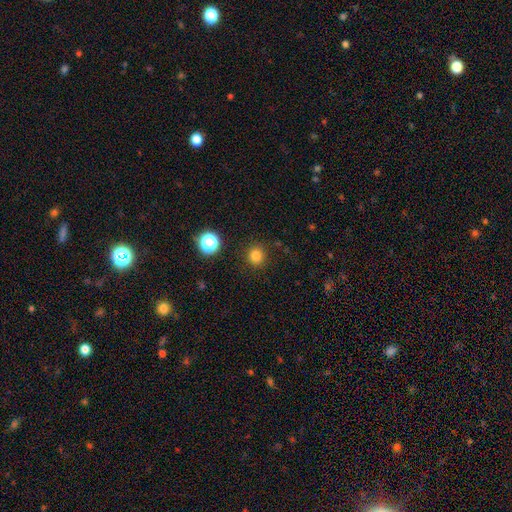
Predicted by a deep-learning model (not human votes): A smooth galaxy with no disk features (81%) that is round (91%). Merging: none (89%).